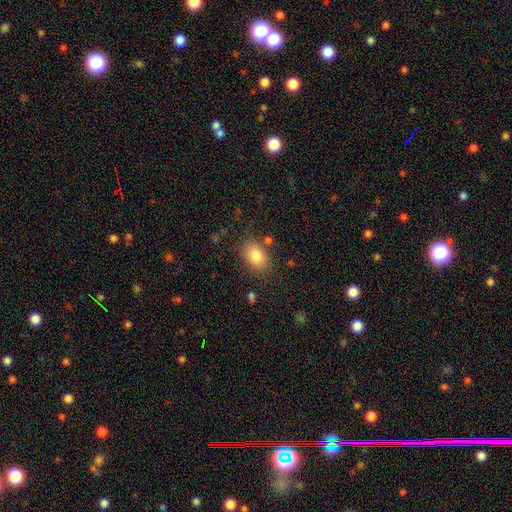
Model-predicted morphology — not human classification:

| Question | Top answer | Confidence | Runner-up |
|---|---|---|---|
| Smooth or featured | smooth | 82% | featured or disk (10%) |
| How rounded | in between | 80% | round (18%) |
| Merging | none | 78% | minor disturbance (14%) |